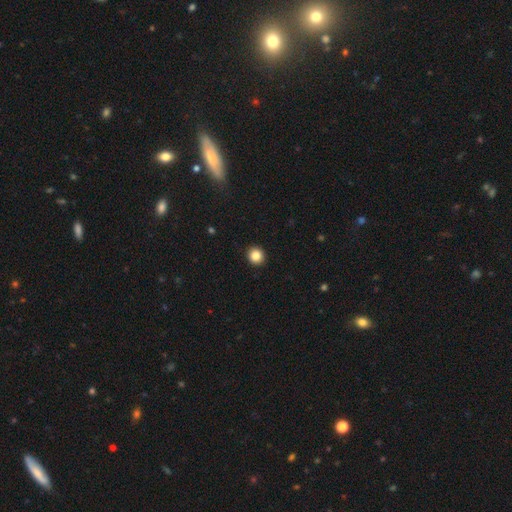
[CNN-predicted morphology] smooth 84%, star or artifact 11%, featured or disk 5%. Down the decision tree: how rounded — round (93%); merging — none (94%).